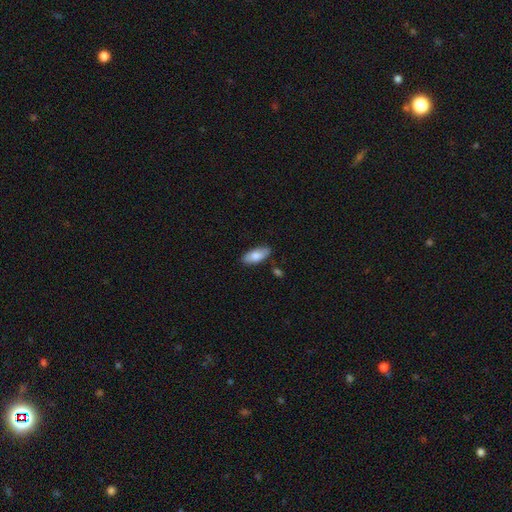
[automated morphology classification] Overall: smooth (80%). How rounded: in between (86%). Merging: none (83%).